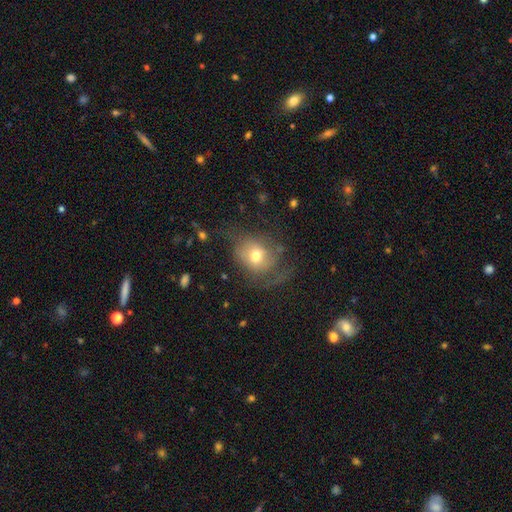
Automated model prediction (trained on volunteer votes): Morphology: type=smooth (62%); roundness=round (60%); merging=none (43%).